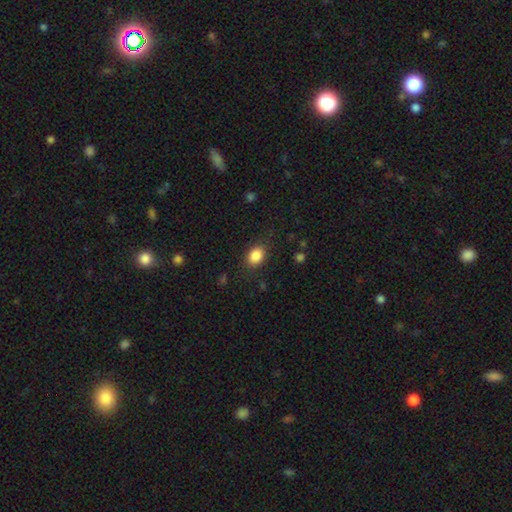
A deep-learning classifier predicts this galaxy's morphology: This appears to be a smooth galaxy with no disk features (86%) that is in between round and cigar-shaped (63%). Merging: none (82%).